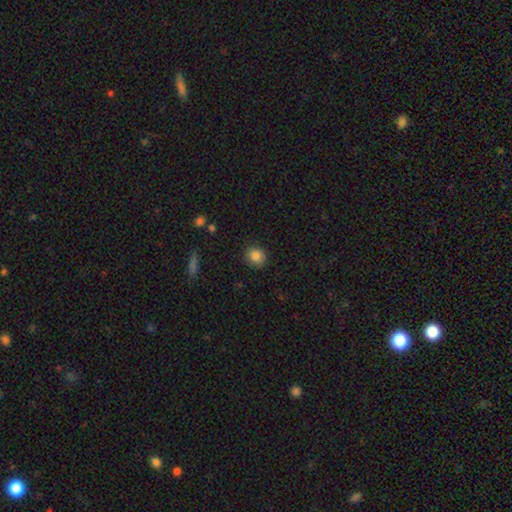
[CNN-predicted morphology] Overall: smooth (85%). How rounded: round (80%). Merging: none (89%).